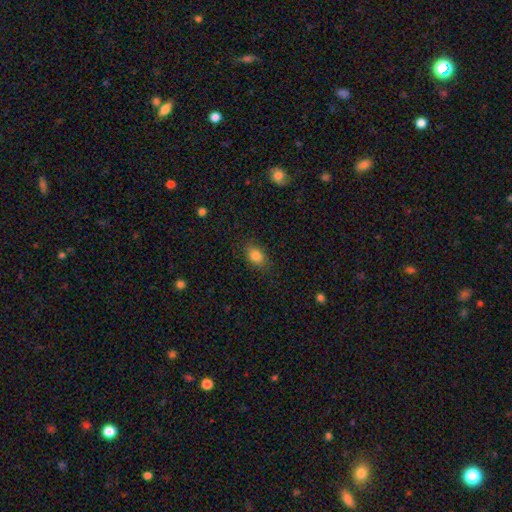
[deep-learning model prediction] Morphology: type=smooth (84%); roundness=in between (82%); merging=none (84%).